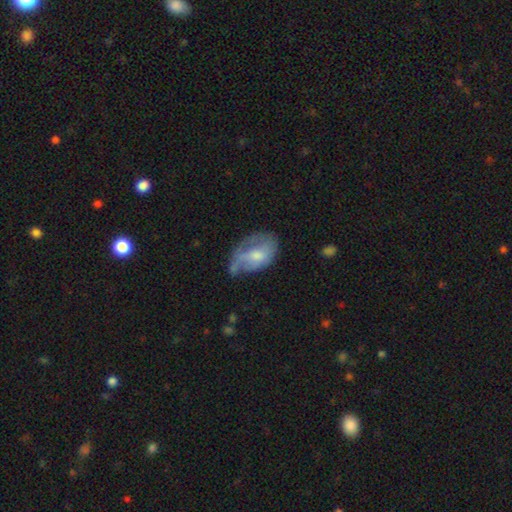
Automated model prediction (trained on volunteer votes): smooth-or-featured: smooth: 47% | featured or disk: 45% | star or artifact: 7%
  merging: minor disturbance: 35% | none: 33% | major disturbance: 28% | merger: 4%